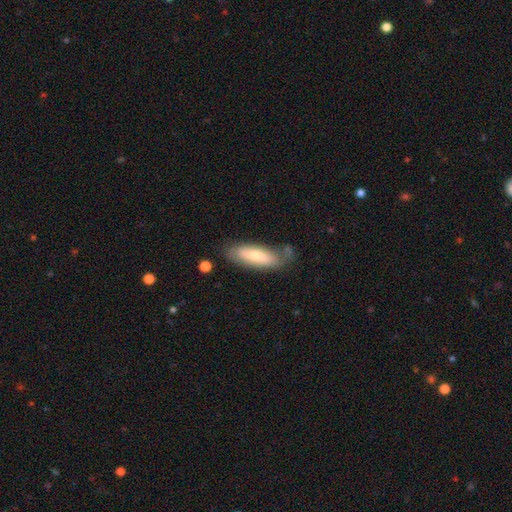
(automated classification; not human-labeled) smooth 67%, featured or disk 27%, star or artifact 6%. Down the decision tree: how rounded — in between (58%); merging — none (64%).